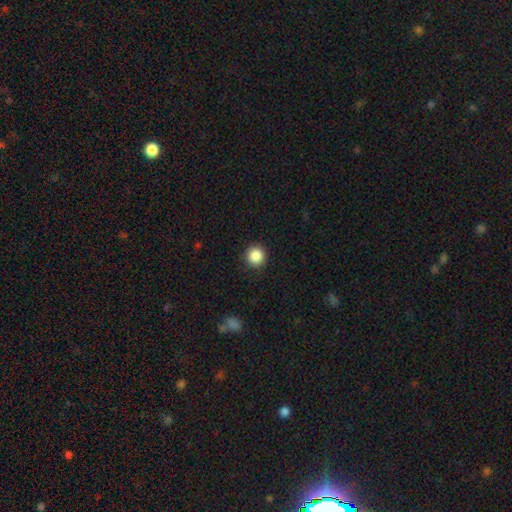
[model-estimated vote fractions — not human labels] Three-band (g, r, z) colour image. It shows a smooth galaxy with no disk features (87%) that is round (95%). Merging: none (92%).